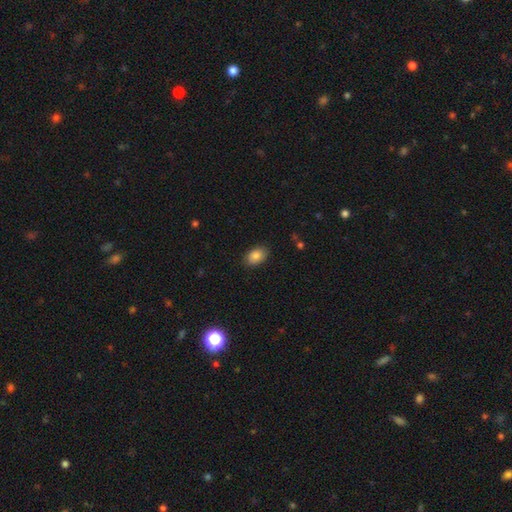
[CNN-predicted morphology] Smooth or featured? Predicted: smooth (p=0.86). How rounded? Predicted: in between (p=0.87). Merging? Predicted: none (p=0.87).